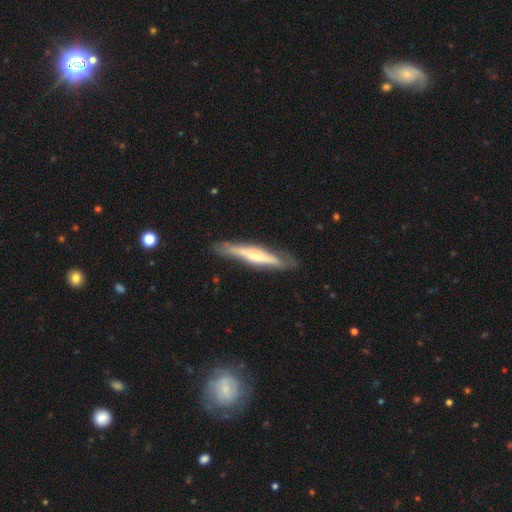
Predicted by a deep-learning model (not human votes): Q: Smooth or featured?
A: featured or disk (57%); runner-up: smooth (37%)
Q: Edge-on disk?
A: yes (88%); runner-up: no (12%)
Q: Merging?
A: none (77%); runner-up: minor disturbance (17%)